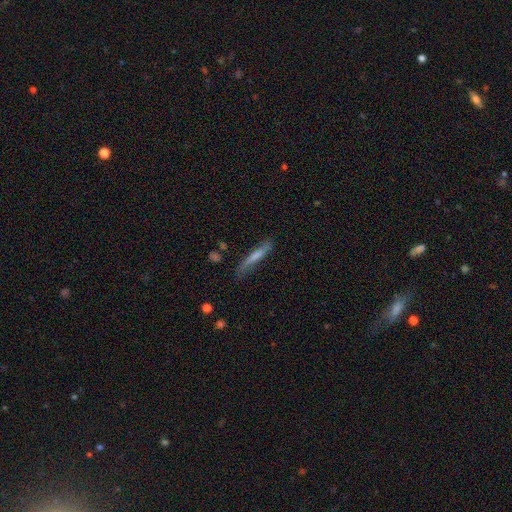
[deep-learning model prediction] smooth 54%, featured or disk 38%, star or artifact 8%. Down the decision tree: how rounded — cigar-shaped (93%); merging — none (72%).